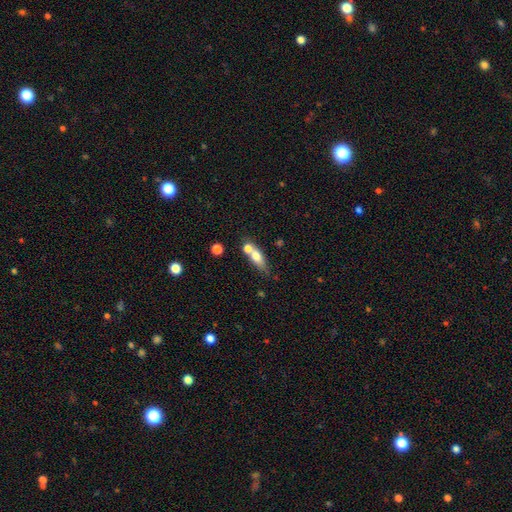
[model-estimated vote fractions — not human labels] This appears to be a smooth galaxy with no disk features (66%) that is in between round and cigar-shaped (59%). Merging: merger (42%).